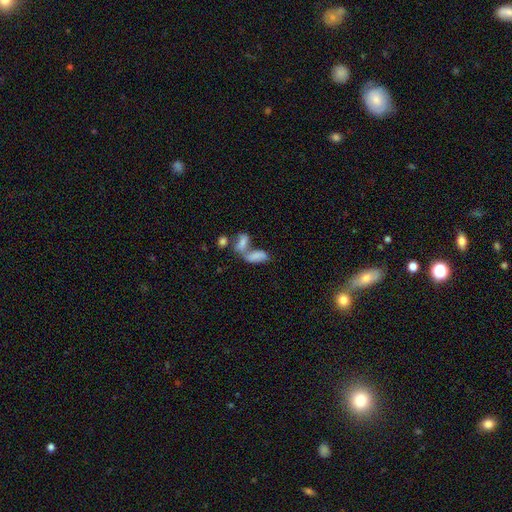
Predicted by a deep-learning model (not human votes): This appears to be a smooth galaxy with no disk features (70%) that is in between round and cigar-shaped (81%). Merging: merger (64%).